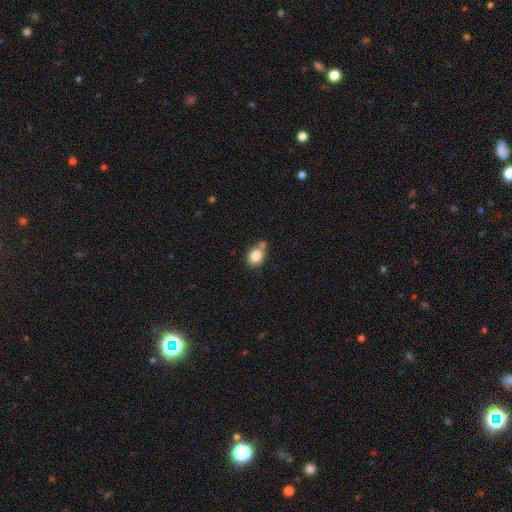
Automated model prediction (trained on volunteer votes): The model was most divided on "how rounded": in between: 50%, round: 49%, cigar-shaped: 1%. More confident: smooth or featured — smooth (83%); merging — none (52%).